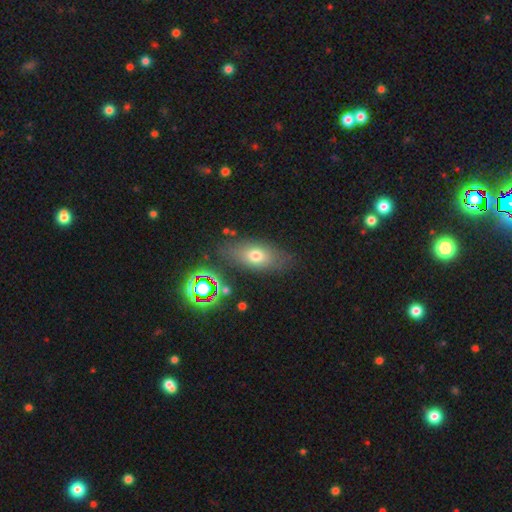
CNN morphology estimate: Smooth or featured?
  - smooth: 66% *
  - featured or disk: 20%
  - star or artifact: 14%
How rounded?
  - in between: 78% *
  - round: 12%
  - cigar-shaped: 10%
Merging?
  - none: 75% *
  - minor disturbance: 15%
  - major disturbance: 6%
  - merger: 4%